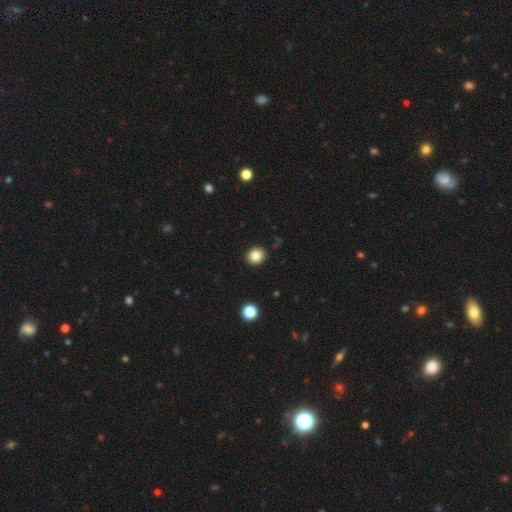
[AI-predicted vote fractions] This is clearly a smooth galaxy (84%). How rounded: clearly round (83%). Merging: clearly none (91%).